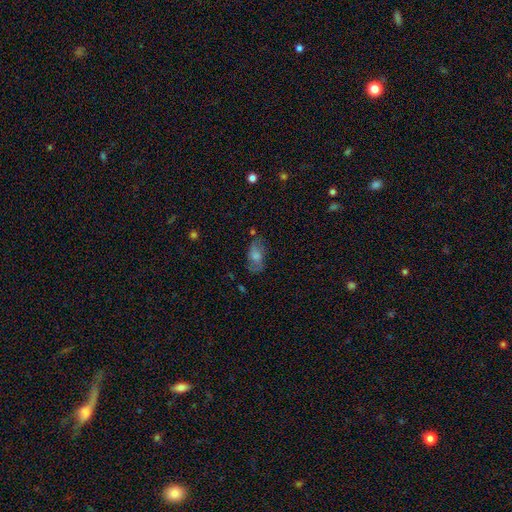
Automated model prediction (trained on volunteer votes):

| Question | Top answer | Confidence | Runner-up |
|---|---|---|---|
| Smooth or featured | smooth | 49% | featured or disk (36%) |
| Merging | none | 73% | minor disturbance (18%) |